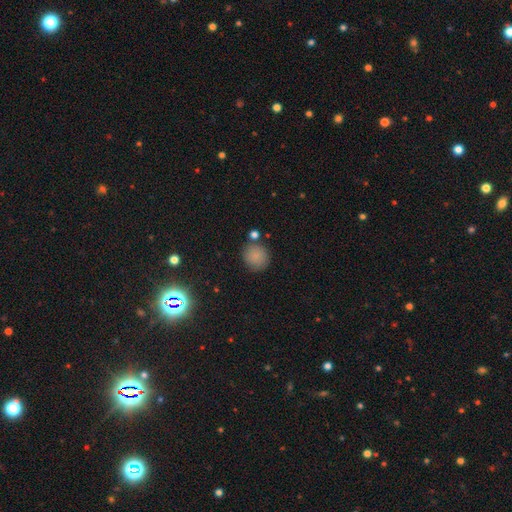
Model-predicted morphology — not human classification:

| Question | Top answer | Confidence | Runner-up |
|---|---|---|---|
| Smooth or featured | smooth | 85% | star or artifact (10%) |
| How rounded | round | 90% | in between (9%) |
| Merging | none | 79% | minor disturbance (11%) |